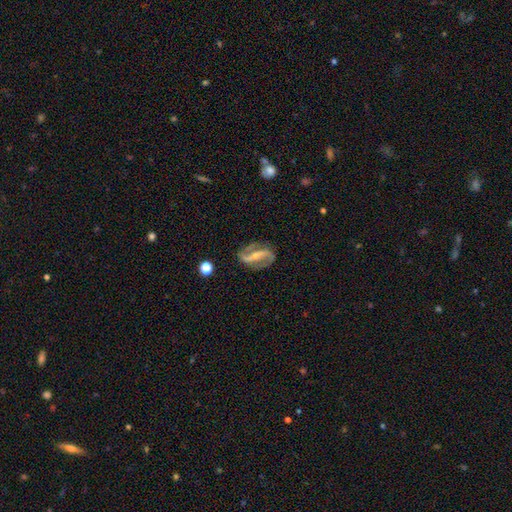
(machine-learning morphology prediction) Q: Smooth or featured?
A: featured or disk (88%); runner-up: smooth (6%)
Q: Edge-on disk?
A: no (95%); runner-up: yes (5%)
Q: Bar?
A: strong (66%); runner-up: weak (23%)
Q: Spiral arms?
A: yes (95%); runner-up: no (5%)
Q: Spiral winding?
A: medium (43%); runner-up: loose (41%)
Q: Spiral arm count?
A: 2 (92%); runner-up: can't tell (3%)
Q: Bulge size?
A: small (63%); runner-up: moderate (26%)
Q: Merging?
A: none (79%); runner-up: minor disturbance (13%)